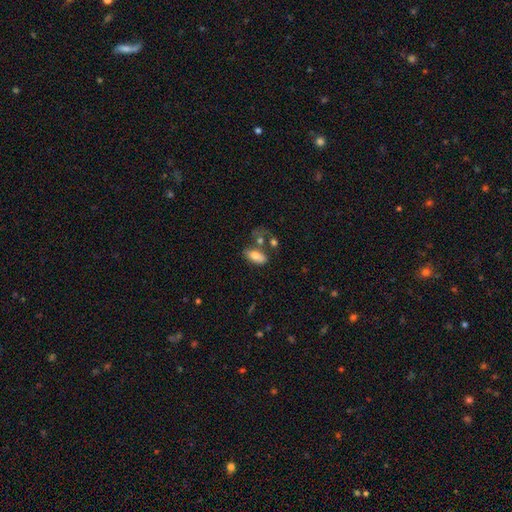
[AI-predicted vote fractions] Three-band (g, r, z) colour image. It shows a smooth galaxy with no disk features (76%) that is in between round and cigar-shaped (87%). Merging: none (49%).